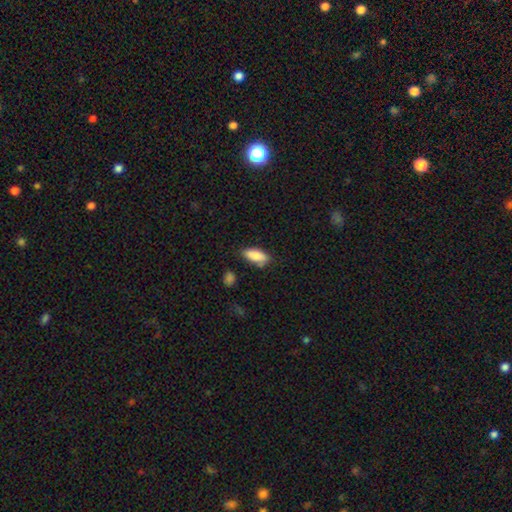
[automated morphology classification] smooth_or_featured: smooth (p=0.84) [alt: featured or disk p=0.09]
how_rounded: in between (p=0.78) [alt: cigar-shaped p=0.20]
merging: none (p=0.73) [alt: minor disturbance p=0.20]